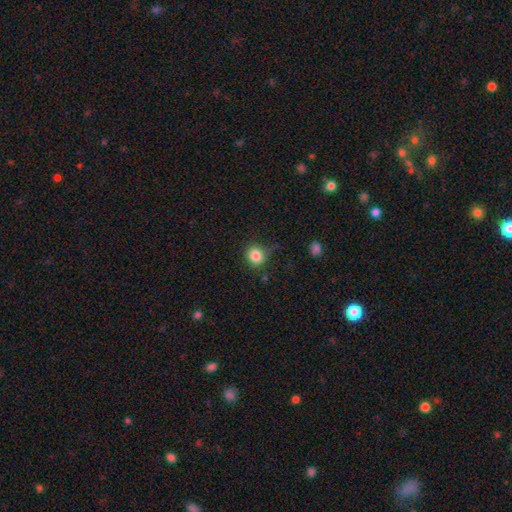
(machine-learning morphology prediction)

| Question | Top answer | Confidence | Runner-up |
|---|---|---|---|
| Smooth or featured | smooth | 84% | star or artifact (11%) |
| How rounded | round | 82% | in between (17%) |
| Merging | none | 76% | minor disturbance (17%) |